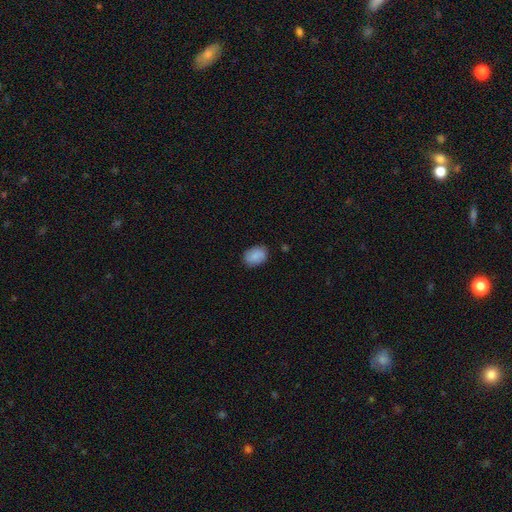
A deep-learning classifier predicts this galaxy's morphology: smooth 85%, featured or disk 8%, star or artifact 7%. Down the decision tree: how rounded — in between (71%); merging — none (82%).